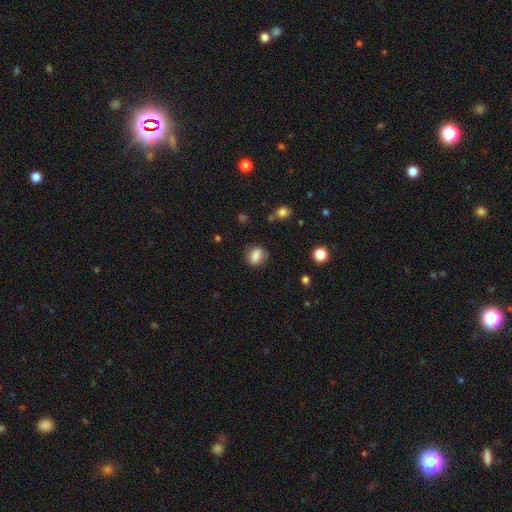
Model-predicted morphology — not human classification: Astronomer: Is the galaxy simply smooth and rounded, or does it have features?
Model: smooth — 80%.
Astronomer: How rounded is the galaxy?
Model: in between — 58% (runner-up: round, 39%).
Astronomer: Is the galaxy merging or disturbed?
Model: none — 74%.